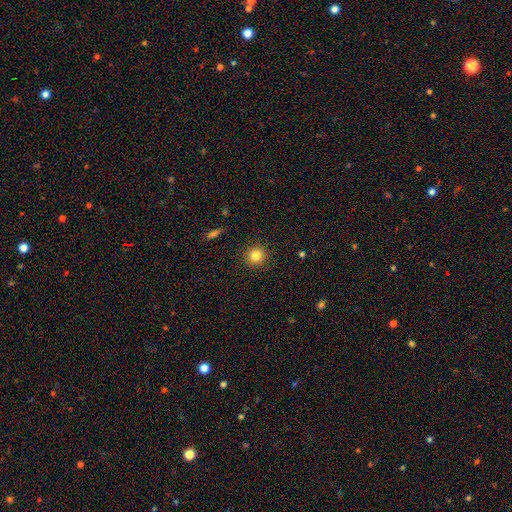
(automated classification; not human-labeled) Morphology: type=smooth (82%); roundness=round (92%); merging=none (91%).